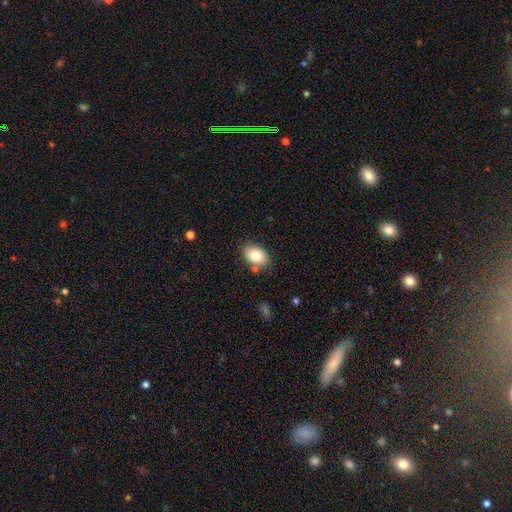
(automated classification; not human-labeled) Q: Smooth or featured?
A: smooth (81%); runner-up: featured or disk (11%)
Q: How rounded?
A: in between (87%); runner-up: round (12%)
Q: Merging?
A: none (79%); runner-up: minor disturbance (13%)